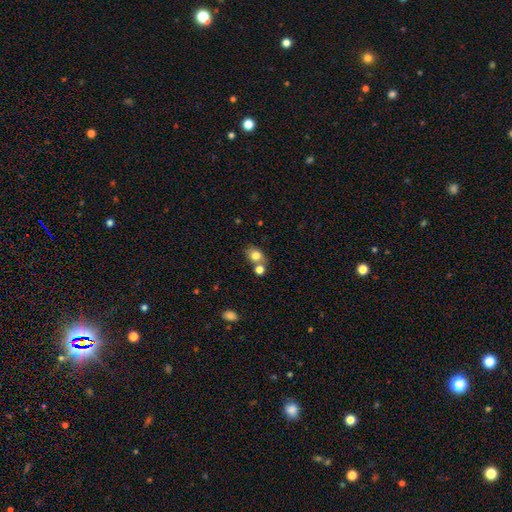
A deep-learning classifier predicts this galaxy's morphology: smooth 79%, star or artifact 11%, featured or disk 10%. Down the decision tree: how rounded — round (52%); merging — none (54%).